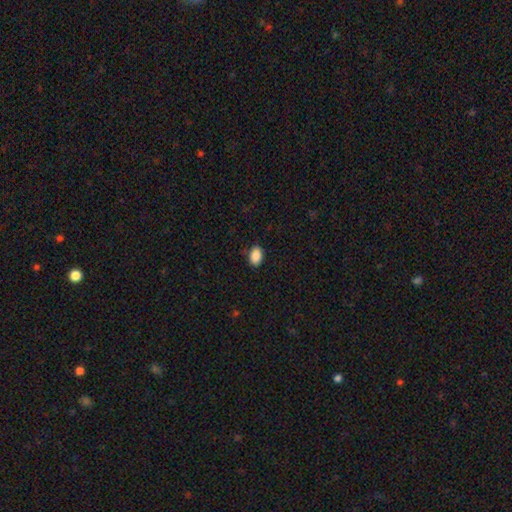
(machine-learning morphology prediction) This is clearly a smooth galaxy (89%). How rounded: clearly in between (85%). Merging: clearly none (84%).